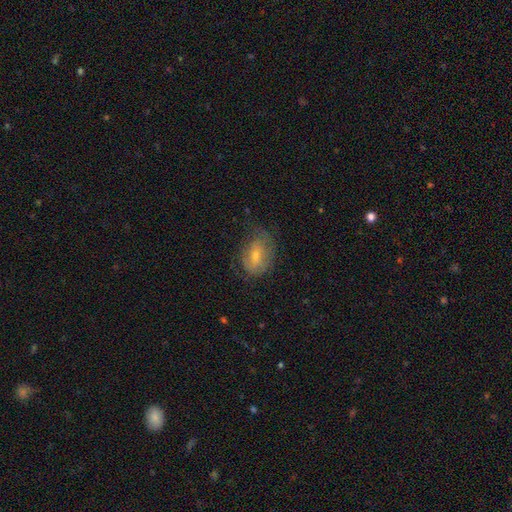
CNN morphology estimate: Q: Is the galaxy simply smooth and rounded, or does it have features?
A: smooth — 45%.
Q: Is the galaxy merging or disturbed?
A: none — 56%.